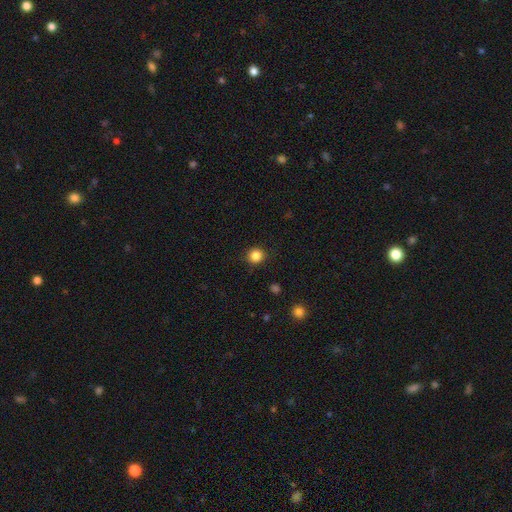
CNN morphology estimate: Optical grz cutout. It shows a smooth galaxy with no disk features (85%) that is round (91%). Merging: none (90%).